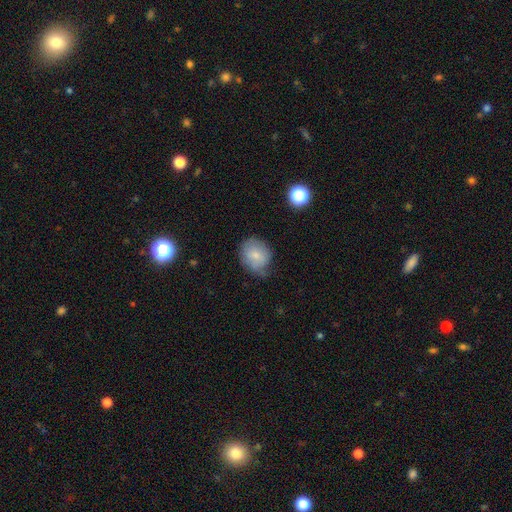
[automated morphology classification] smooth 75%, featured or disk 17%, star or artifact 8%. Down the decision tree: how rounded — round (67%); merging — none (52%).